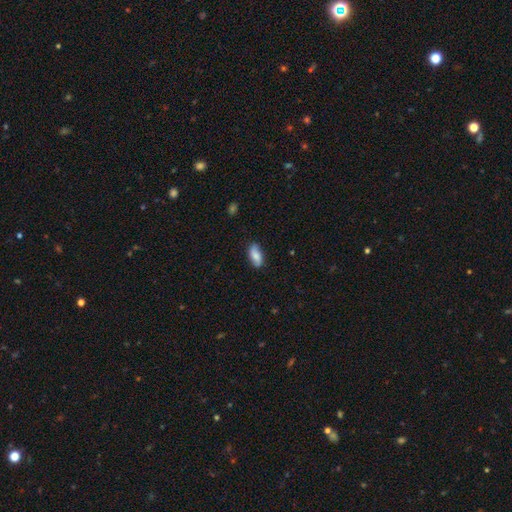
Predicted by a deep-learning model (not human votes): Overall: smooth (73%). How rounded: in between (85%). Merging: none (81%).